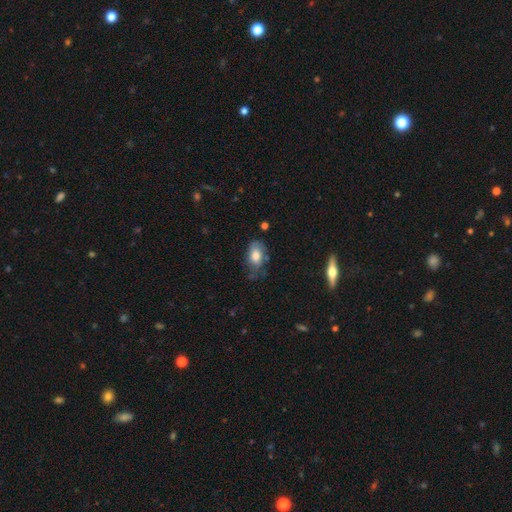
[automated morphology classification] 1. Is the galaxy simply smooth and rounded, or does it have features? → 72% smooth, 20% featured or disk, 8% star or artifact.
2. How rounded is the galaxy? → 87% in between, 11% round, 2% cigar-shaped.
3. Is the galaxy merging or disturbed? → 47% none, 35% minor disturbance, 15% major disturbance, 3% merger.